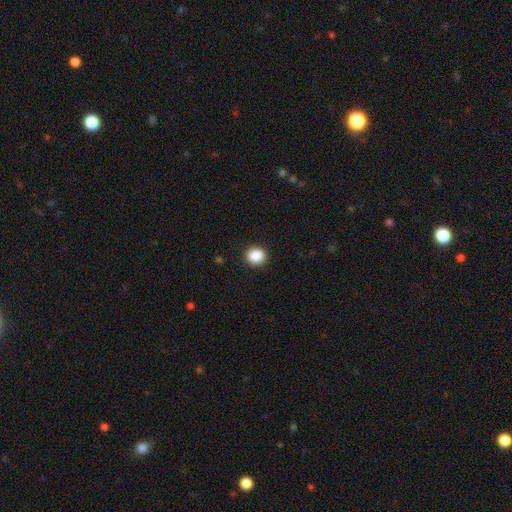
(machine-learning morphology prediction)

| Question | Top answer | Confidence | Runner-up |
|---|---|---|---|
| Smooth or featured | smooth | 88% | star or artifact (9%) |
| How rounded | round | 87% | in between (12%) |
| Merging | none | 90% | minor disturbance (7%) |